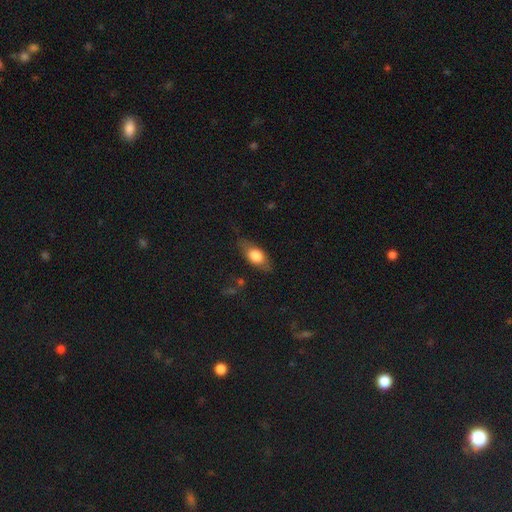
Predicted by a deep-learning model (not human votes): Overall: smooth (68%). How rounded: in between (80%). Merging: none (71%).